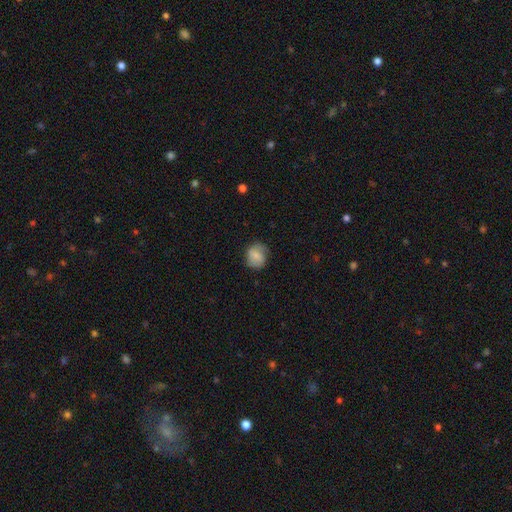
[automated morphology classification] Q: Smooth or featured?
A: smooth (73%); runner-up: featured or disk (19%)
Q: How rounded?
A: round (69%); runner-up: in between (30%)
Q: Merging?
A: none (66%); runner-up: minor disturbance (25%)